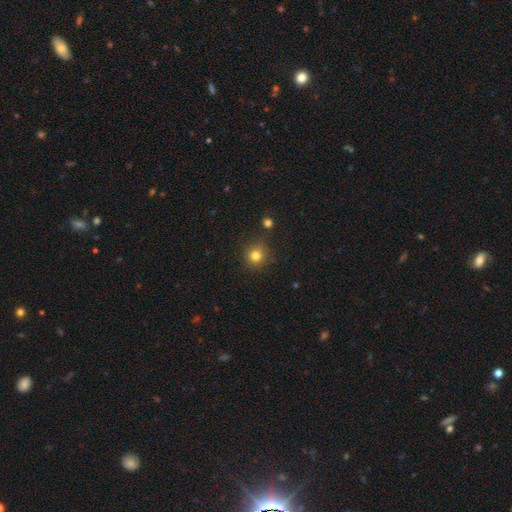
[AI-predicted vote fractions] Overall: smooth (80%). How rounded: round (90%). Merging: none (83%).